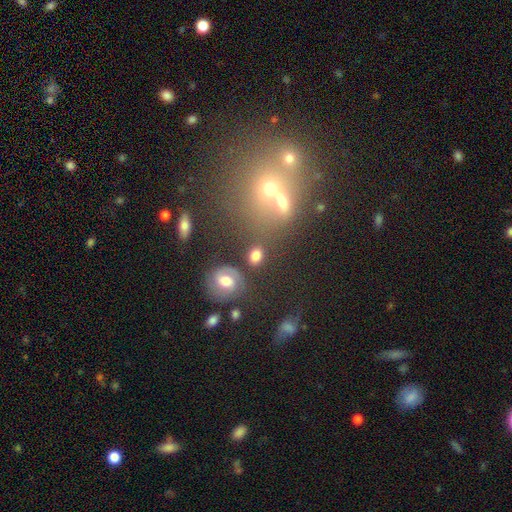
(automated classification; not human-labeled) Smooth or featured?
  - smooth: 77% *
  - featured or disk: 12%
  - star or artifact: 11%
How rounded?
  - in between: 54% *
  - round: 44%
  - cigar-shaped: 2%
Merging?
  - none: 69% *
  - minor disturbance: 13%
  - merger: 11%
  - major disturbance: 7%